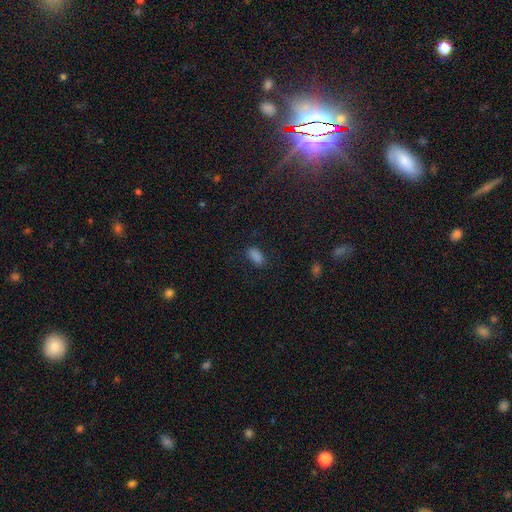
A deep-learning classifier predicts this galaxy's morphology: Q: Smooth or featured?
A: smooth (83%); runner-up: star or artifact (13%)
Q: How rounded?
A: in between (90%); runner-up: cigar-shaped (6%)
Q: Merging?
A: none (83%); runner-up: minor disturbance (12%)